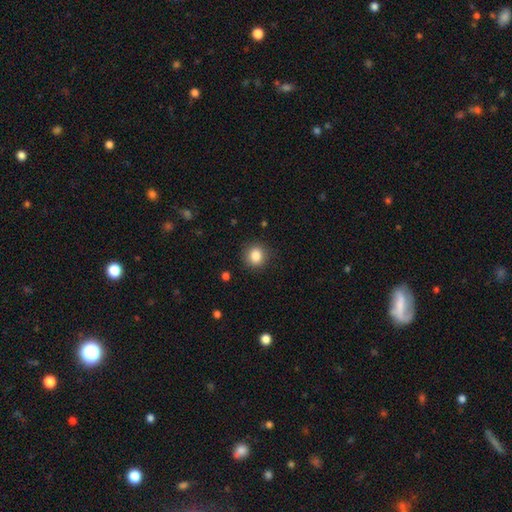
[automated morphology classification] type=smooth (85%); roundness=round (84%); merging=none (88%).